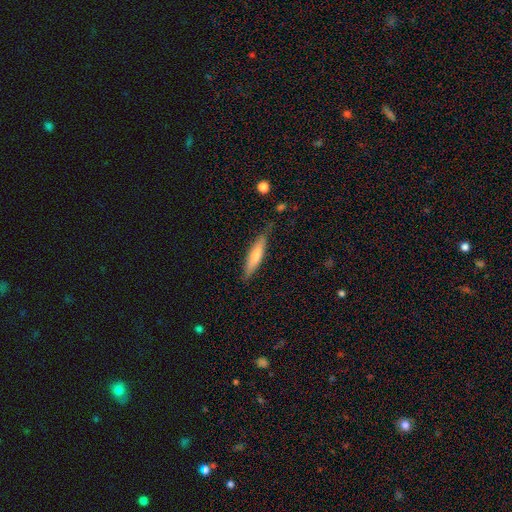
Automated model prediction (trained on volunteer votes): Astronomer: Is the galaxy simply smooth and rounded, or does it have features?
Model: smooth — 70%.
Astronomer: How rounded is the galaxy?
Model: cigar-shaped — 82%.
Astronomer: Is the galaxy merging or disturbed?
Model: none — 78%.